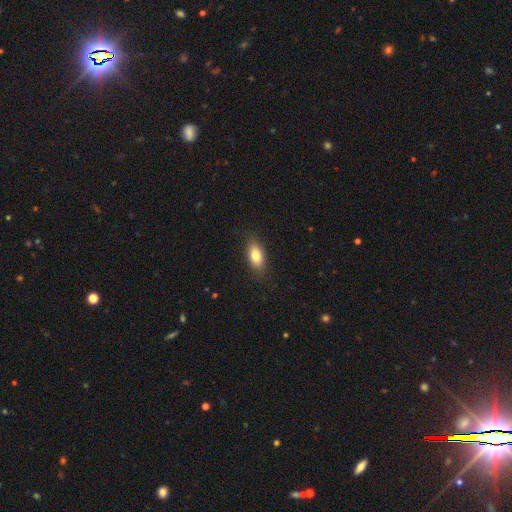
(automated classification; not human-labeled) Smooth or featured: smooth — 80% (featured or disk — 12%)
How rounded: in between — 86% (cigar-shaped — 9%)
Merging: none — 86% (minor disturbance — 11%)